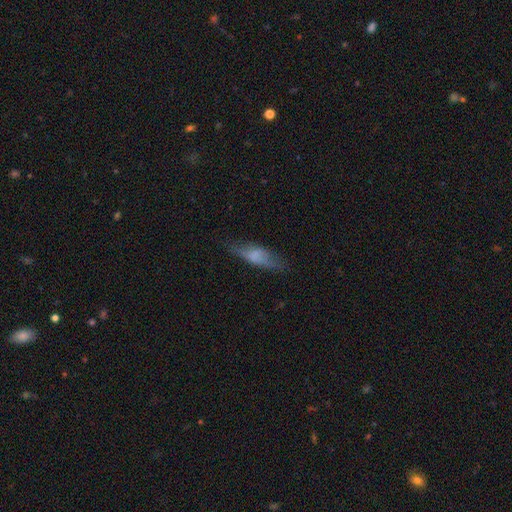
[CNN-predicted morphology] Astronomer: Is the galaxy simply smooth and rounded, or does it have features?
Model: smooth — 56% (runner-up: featured or disk, 35%).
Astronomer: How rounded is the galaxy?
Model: in between — 49%, tied with cigar-shaped at 49%.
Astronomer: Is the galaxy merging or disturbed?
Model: none — 67%.